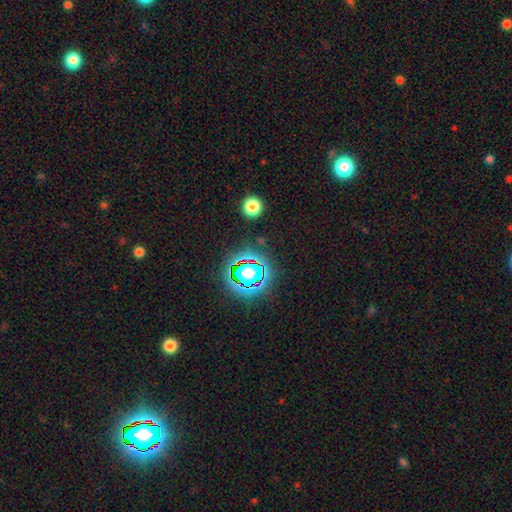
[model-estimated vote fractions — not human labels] The model was most divided on "smooth or featured": star or artifact: 81%, smooth: 12%, featured or disk: 7%.